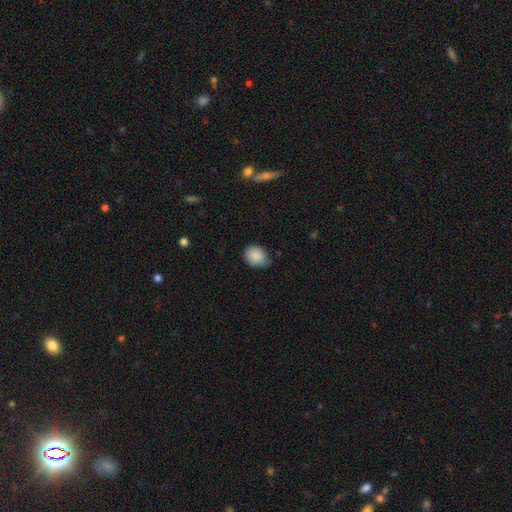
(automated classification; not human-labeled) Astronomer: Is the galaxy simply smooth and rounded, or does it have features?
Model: smooth — 87%.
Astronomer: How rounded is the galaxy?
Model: round — 53% (runner-up: in between, 46%).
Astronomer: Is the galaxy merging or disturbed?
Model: none — 62%.